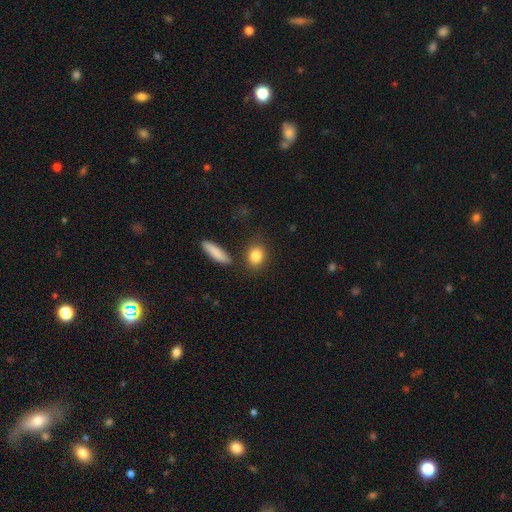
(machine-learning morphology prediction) smooth-or-featured: smooth: 85% | star or artifact: 8% | featured or disk: 7%
  how-rounded: round: 56% | in between: 40% | cigar-shaped: 4%
  merging: none: 81% | minor disturbance: 10% | merger: 6% | major disturbance: 3%